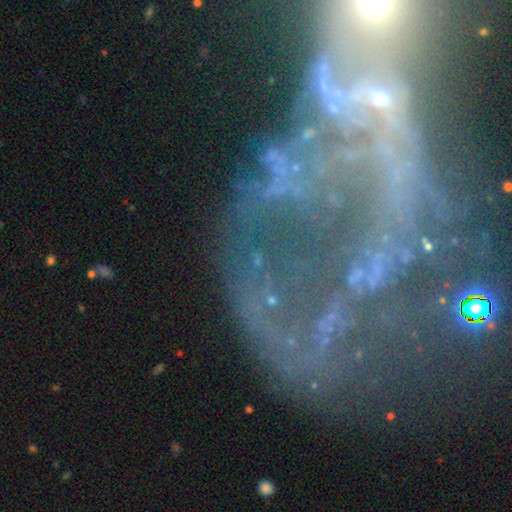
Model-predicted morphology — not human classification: This is likely a featured or disk galaxy (61%). It is clearly not viewed edge-on (92%). Bar: possibly no (50%). Spiral arm pattern: likely yes (66%). Central bulge: possibly small (46%). Merging: possibly none (53%).